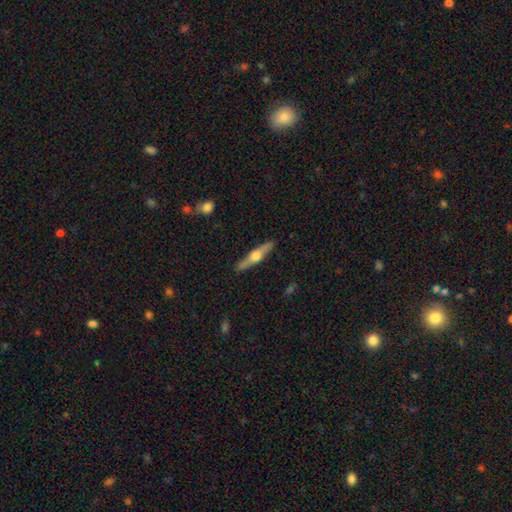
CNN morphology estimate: Smooth or featured? Predicted: featured or disk (p=0.64). Edge-on disk? Predicted: yes (p=0.96). Edge-on bulge? Predicted: rounded (p=0.94). Merging? Predicted: none (p=0.89).